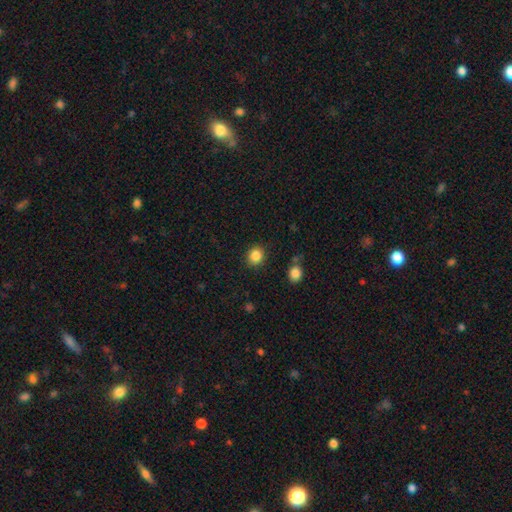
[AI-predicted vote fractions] Morphology: type=smooth (86%); roundness=round (79%); merging=none (88%).